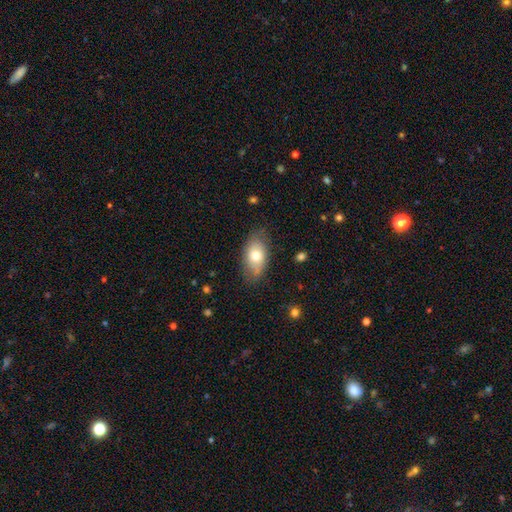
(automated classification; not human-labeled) The model was most divided on "smooth or featured": smooth: 70%, featured or disk: 23%, star or artifact: 7%. More confident: how rounded — in between (89%); merging — none (73%).